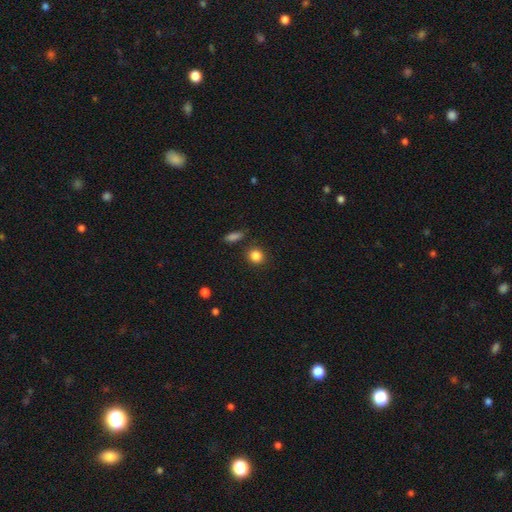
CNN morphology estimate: Overall: smooth (86%). How rounded: round (79%). Merging: none (85%).